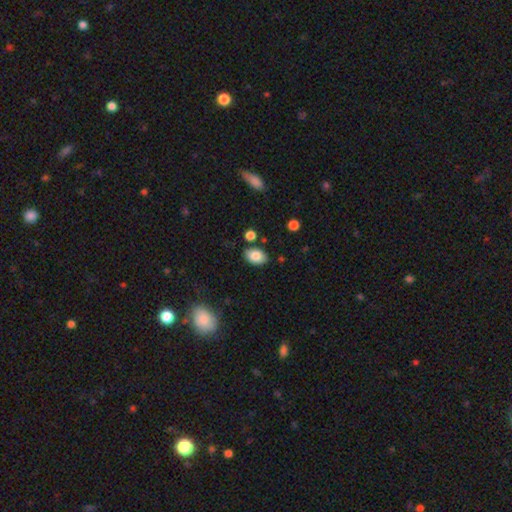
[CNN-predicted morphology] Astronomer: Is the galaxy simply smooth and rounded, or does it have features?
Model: smooth — 82%.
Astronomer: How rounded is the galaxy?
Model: in between — 87%.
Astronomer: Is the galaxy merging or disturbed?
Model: none — 82%.